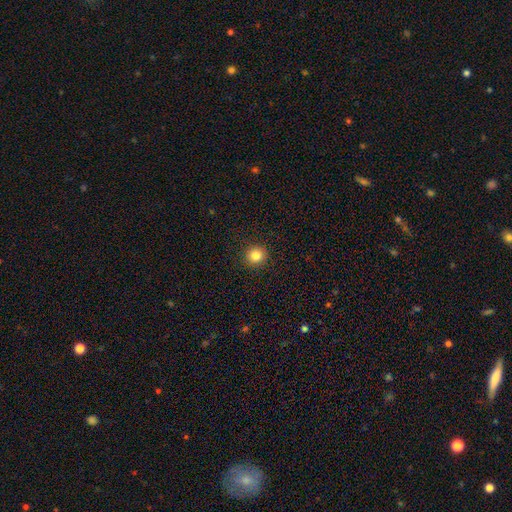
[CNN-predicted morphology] type=smooth (84%); roundness=round (93%); merging=none (92%).